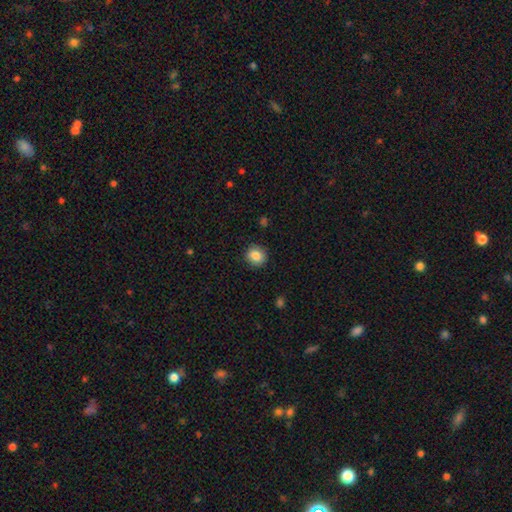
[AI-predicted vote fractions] Overall: smooth (85%). How rounded: round (79%). Merging: none (87%).